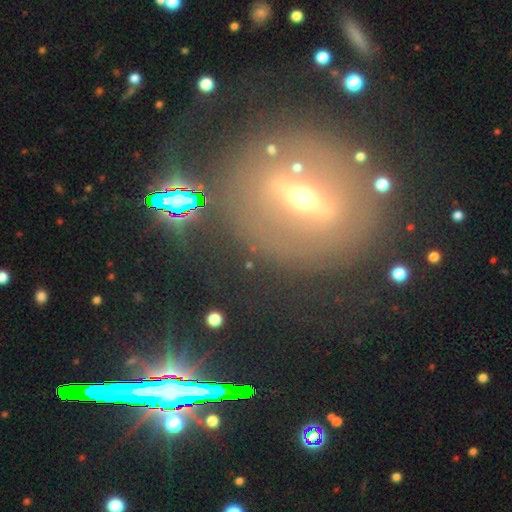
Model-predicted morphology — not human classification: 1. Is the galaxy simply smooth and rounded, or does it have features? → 55% featured or disk, 25% star or artifact, 19% smooth.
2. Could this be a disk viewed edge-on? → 53% yes, 47% no.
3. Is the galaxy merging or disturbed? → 78% none, 11% minor disturbance, 7% major disturbance, 3% merger.